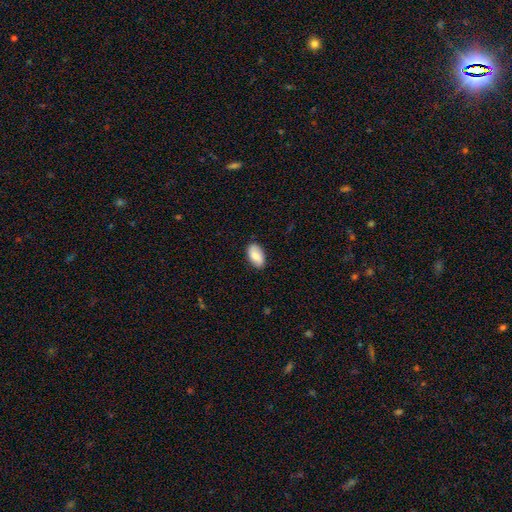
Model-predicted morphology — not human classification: The model was most divided on "smooth or featured": smooth: 78%, featured or disk: 15%, star or artifact: 6%. More confident: how rounded — in between (94%); merging — none (85%).